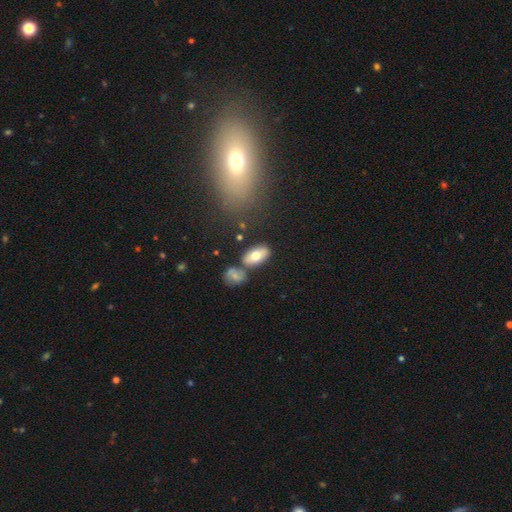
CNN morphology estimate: Overall: smooth (70%). How rounded: in between (91%). Merging: none (72%).